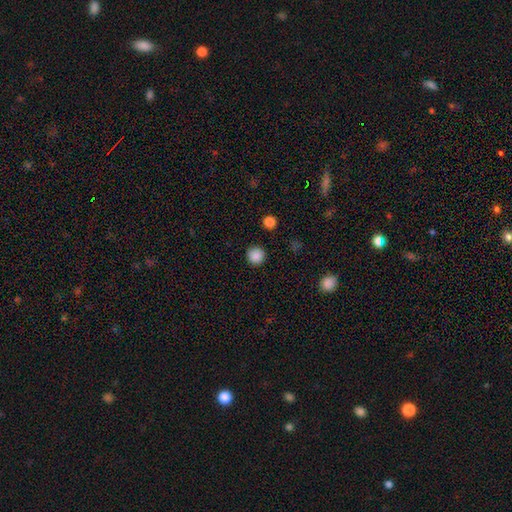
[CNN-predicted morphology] The model was most divided on "smooth or featured": smooth: 87%, star or artifact: 10%, featured or disk: 3%. More confident: how rounded — round (95%); merging — none (91%).